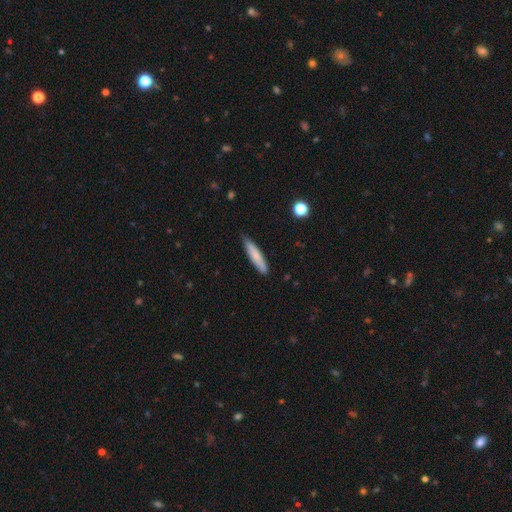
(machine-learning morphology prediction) This appears to be a smooth galaxy with no disk features (74%) that is cigar-shaped (86%). Merging: none (82%).